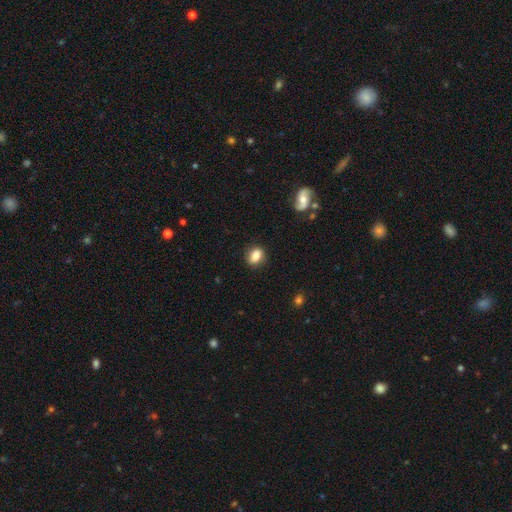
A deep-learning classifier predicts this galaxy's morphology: Smooth or featured? smooth (82%)
How rounded? in between (65%)
Merging? none (83%)